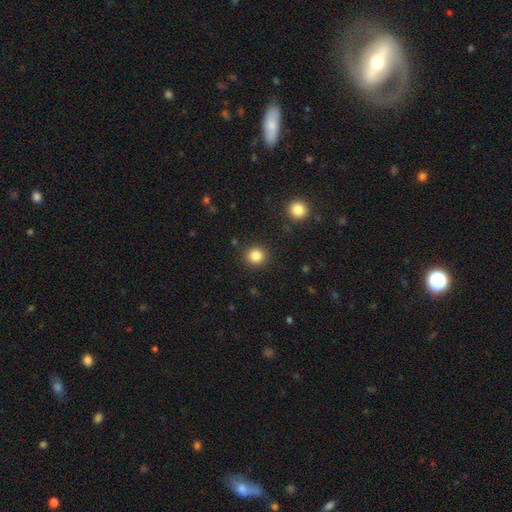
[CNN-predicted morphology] Smooth or featured?
  - smooth: 84% *
  - star or artifact: 11%
  - featured or disk: 5%
How rounded?
  - round: 90% *
  - in between: 9%
  - cigar-shaped: 1%
Merging?
  - none: 90% *
  - minor disturbance: 6%
  - major disturbance: 3%
  - merger: 2%